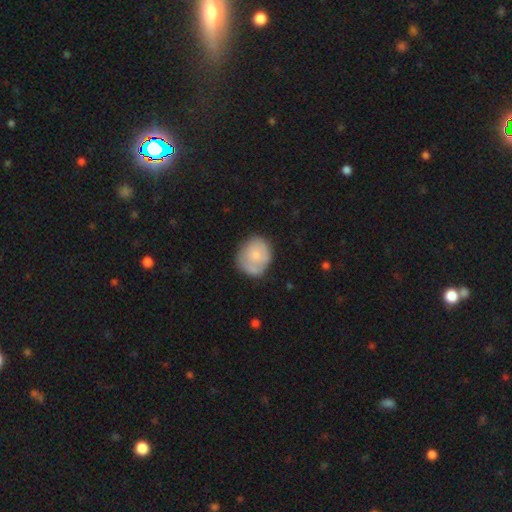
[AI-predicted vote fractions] Smooth or featured: smooth — 68% (featured or disk — 25%)
How rounded: round — 71% (in between — 28%)
Merging: none — 54% (minor disturbance — 28%)